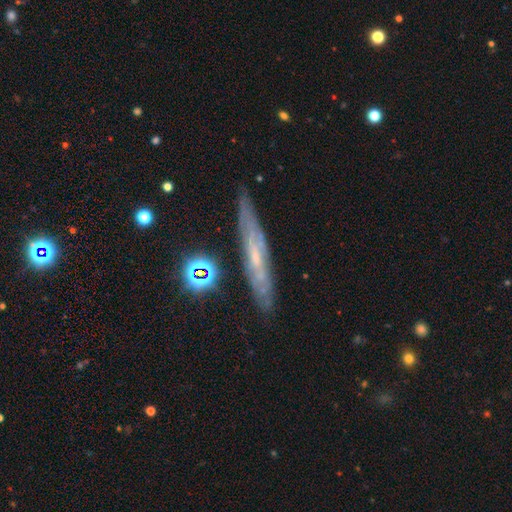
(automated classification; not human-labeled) smooth_or_featured: featured or disk (p=0.64) [alt: smooth p=0.25]
disk_edge_on: yes (p=0.67) [alt: no p=0.33]
merging: none (p=0.80) [alt: minor disturbance p=0.14]